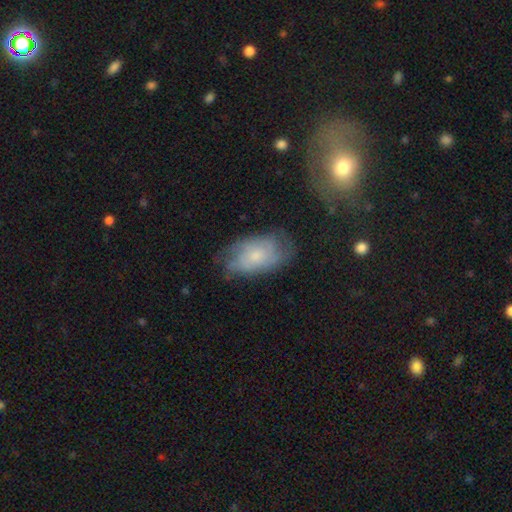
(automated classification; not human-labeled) Morphology: type=featured or disk (51%); edge-on=no (94%); merging=none (63%).